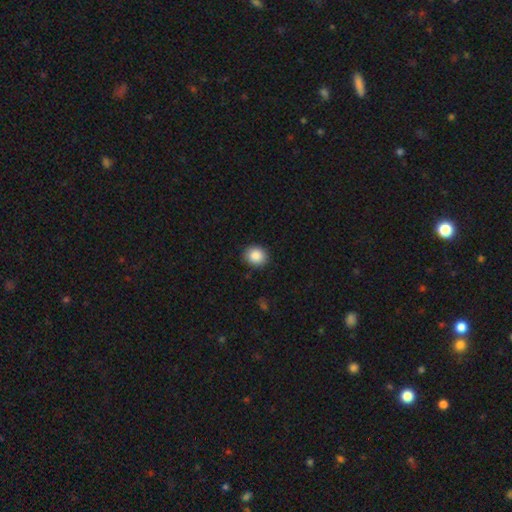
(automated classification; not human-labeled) A smooth galaxy with no disk features (88%) that is round (75%). Merging: none (88%).